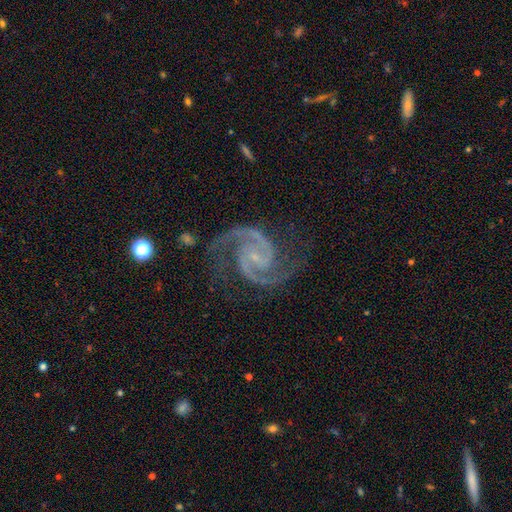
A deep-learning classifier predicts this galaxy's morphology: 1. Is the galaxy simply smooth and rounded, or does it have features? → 94% featured or disk, 4% star or artifact, 2% smooth.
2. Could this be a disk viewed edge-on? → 98% no, 2% yes.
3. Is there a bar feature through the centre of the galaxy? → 48% no, 38% weak, 15% strong.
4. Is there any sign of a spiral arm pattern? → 99% yes, 1% no.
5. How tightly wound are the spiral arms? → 64% medium, 27% tight, 9% loose.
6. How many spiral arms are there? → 93% 2, 2% 3, 1% can't tell, 1% 1, 1% 4, 1% more than 4.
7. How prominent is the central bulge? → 76% small, 13% none, 9% moderate, 1% large, 1% dominant.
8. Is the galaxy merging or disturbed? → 77% none, 15% minor disturbance, 6% major disturbance, 2% merger.